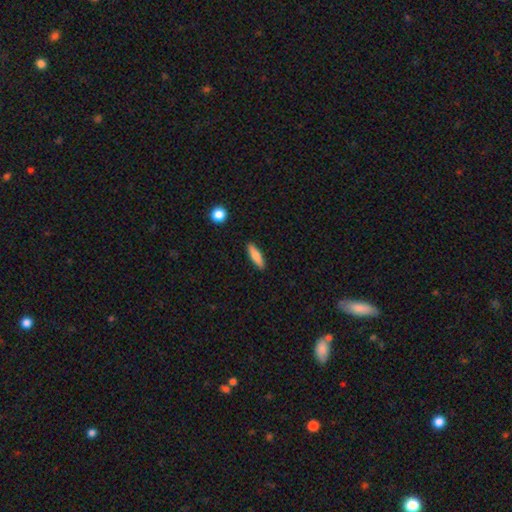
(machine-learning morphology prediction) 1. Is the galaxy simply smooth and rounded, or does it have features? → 78% smooth, 15% featured or disk, 7% star or artifact.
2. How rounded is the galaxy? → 69% cigar-shaped, 29% in between, 2% round.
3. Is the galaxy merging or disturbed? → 89% none, 8% minor disturbance, 2% major disturbance, 1% merger.